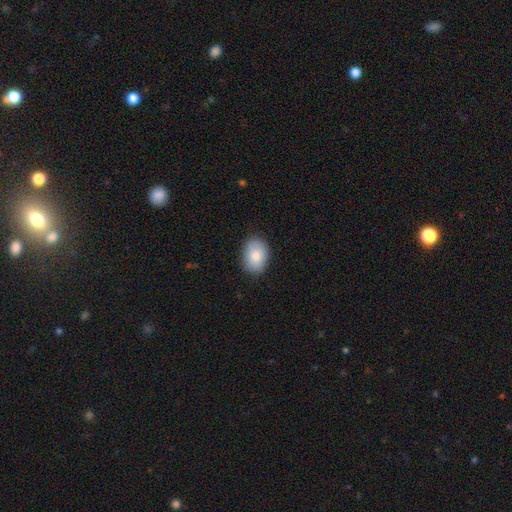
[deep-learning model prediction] Q: Smooth or featured?
A: smooth (82%); runner-up: featured or disk (11%)
Q: How rounded?
A: in between (79%); runner-up: round (20%)
Q: Merging?
A: none (84%); runner-up: minor disturbance (12%)